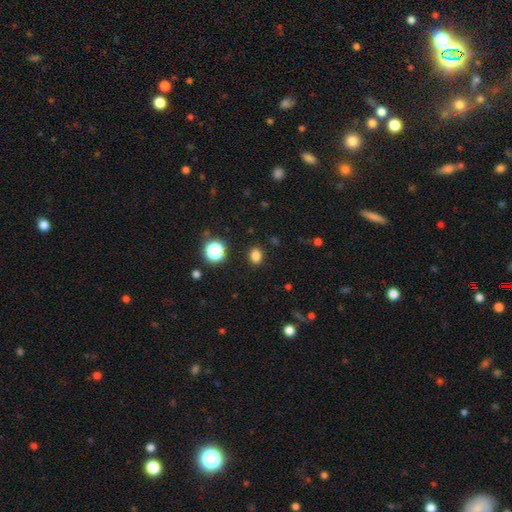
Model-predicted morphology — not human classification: smooth_or_featured: smooth (p=0.80) [alt: star or artifact p=0.15]
how_rounded: in between (p=0.55) [alt: round p=0.44]
merging: none (p=0.88) [alt: minor disturbance p=0.08]